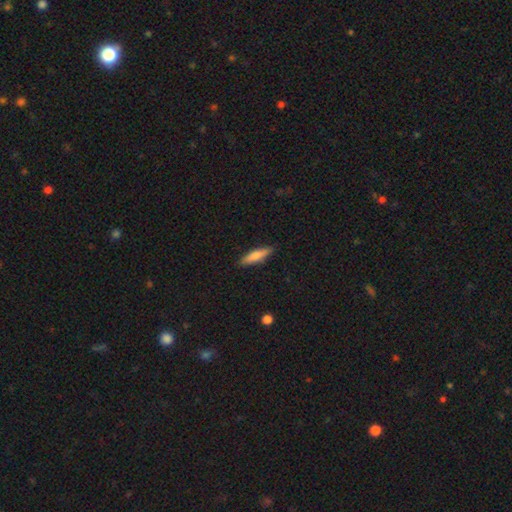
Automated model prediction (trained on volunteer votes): A smooth galaxy with no disk features (73%) that is cigar-shaped (77%).

Vote fractions:
- Smooth or featured? smooth: 73% / featured or disk: 21% / star or artifact: 6%
- How rounded? cigar-shaped: 77% / in between: 22% / round: 2%
- Merging? none: 88% / minor disturbance: 9% / major disturbance: 2% / merger: 1%